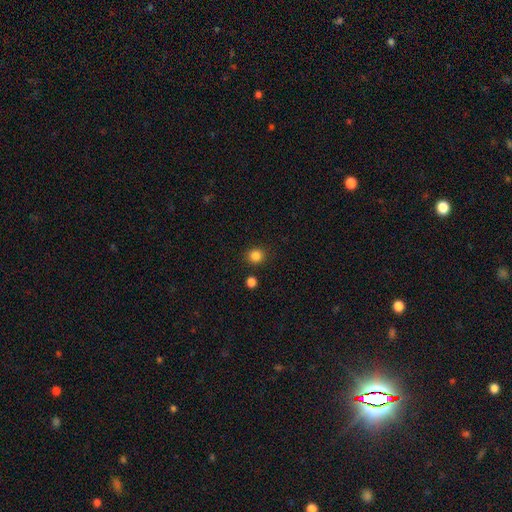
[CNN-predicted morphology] Smooth or featured?
  - smooth: 85% *
  - star or artifact: 12%
  - featured or disk: 4%
How rounded?
  - round: 86% *
  - in between: 13%
  - cigar-shaped: 1%
Merging?
  - none: 87% *
  - minor disturbance: 7%
  - merger: 4%
  - major disturbance: 2%